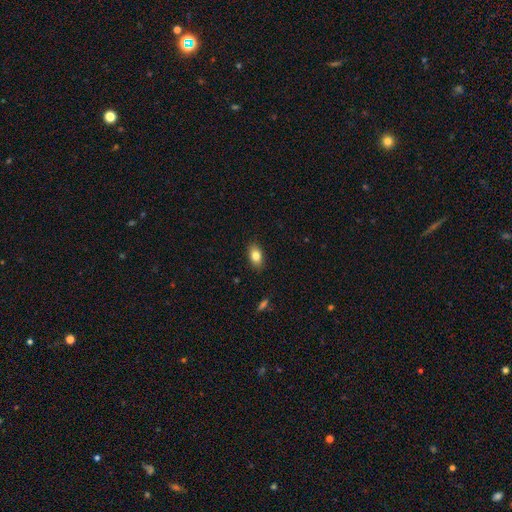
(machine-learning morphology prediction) type=smooth (82%); roundness=in between (89%); merging=none (88%).